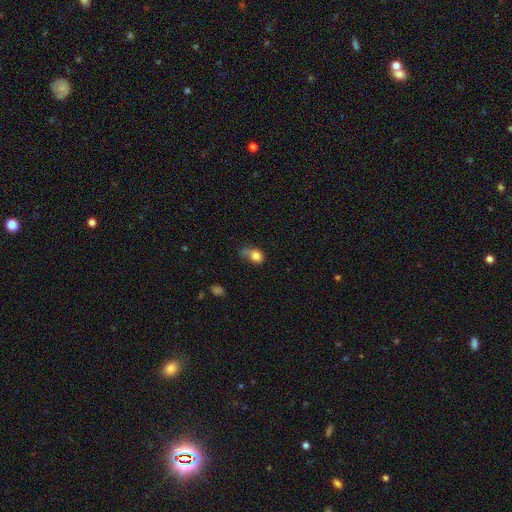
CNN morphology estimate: Q: Smooth or featured?
A: smooth (79%); runner-up: featured or disk (12%)
Q: How rounded?
A: in between (57%); runner-up: round (41%)
Q: Merging?
A: minor disturbance (33%); runner-up: major disturbance (30%)